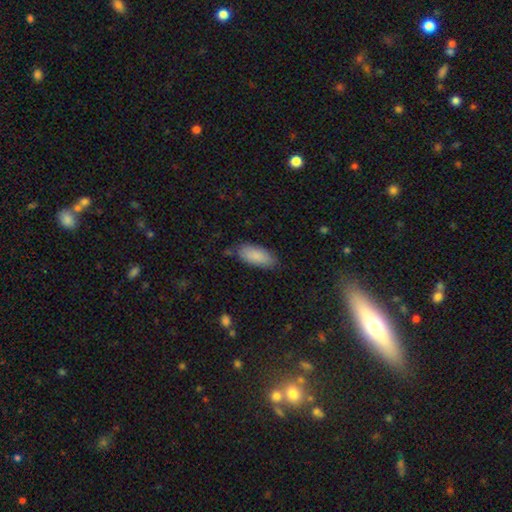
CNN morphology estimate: Overall: smooth (87%). How rounded: in between (85%). Merging: none (79%).